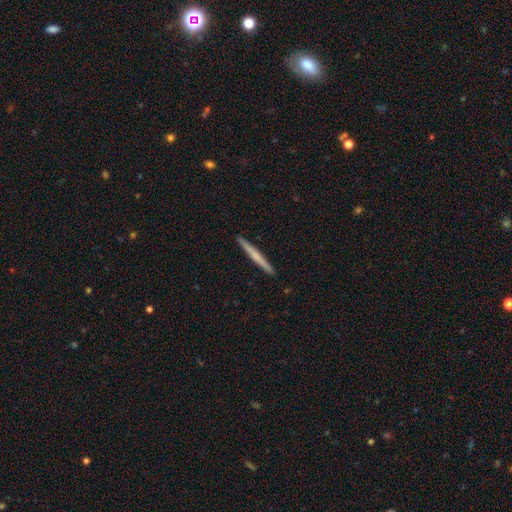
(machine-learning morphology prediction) Q: Smooth or featured?
A: smooth (52%); runner-up: featured or disk (43%)
Q: How rounded?
A: cigar-shaped (97%); runner-up: in between (2%)
Q: Merging?
A: none (93%); runner-up: minor disturbance (5%)